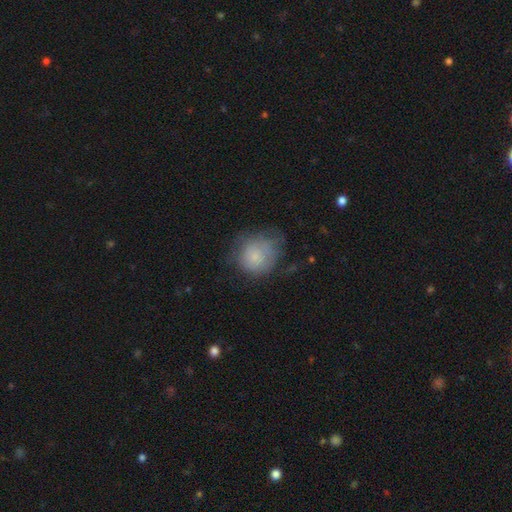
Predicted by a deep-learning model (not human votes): smooth 71%, featured or disk 19%, star or artifact 9%. Down the decision tree: how rounded — round (81%); merging — none (46%).